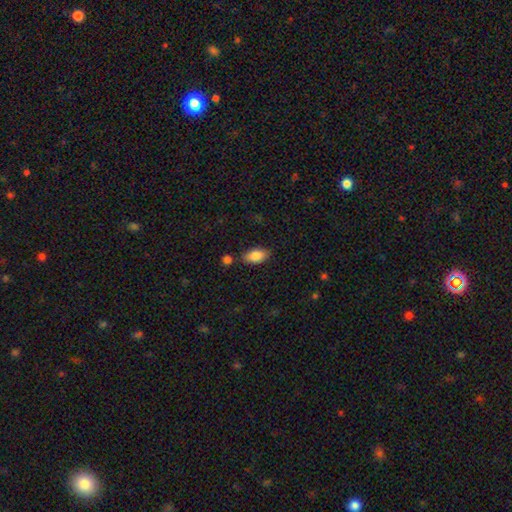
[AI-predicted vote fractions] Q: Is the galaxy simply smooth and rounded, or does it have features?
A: smooth — 87%.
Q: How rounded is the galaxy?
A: in between — 92%.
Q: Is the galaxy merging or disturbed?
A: none — 79%.